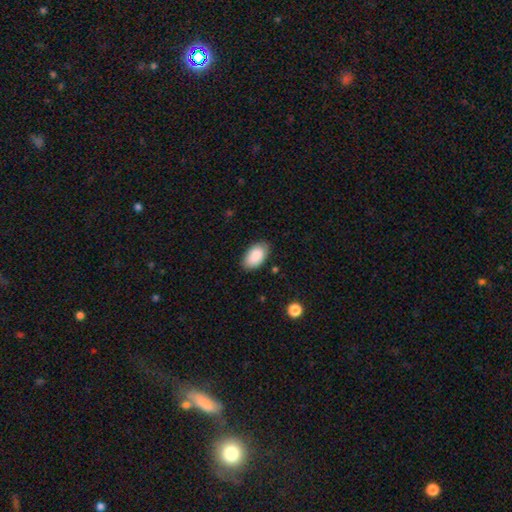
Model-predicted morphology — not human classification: Smooth or featured? Predicted: smooth (p=0.89). How rounded? Predicted: in between (p=0.95). Merging? Predicted: none (p=0.81).